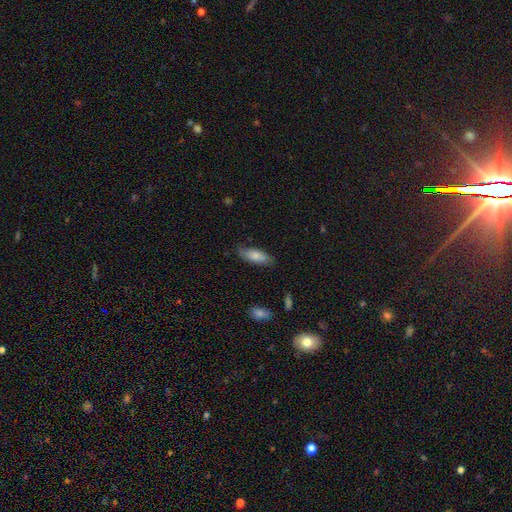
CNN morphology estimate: This is likely a smooth galaxy (77%). How rounded: likely in between (75%). Merging: likely none (77%).